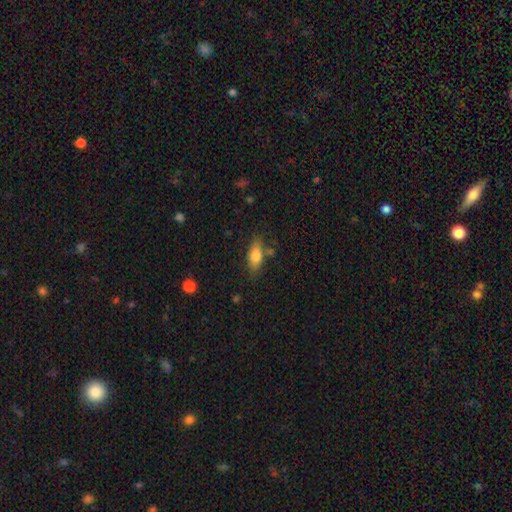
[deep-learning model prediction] The model was most divided on "merging": none: 71%, minor disturbance: 18%, merger: 7%, major disturbance: 5%. More confident: how rounded — in between (79%); smooth or featured — smooth (76%).